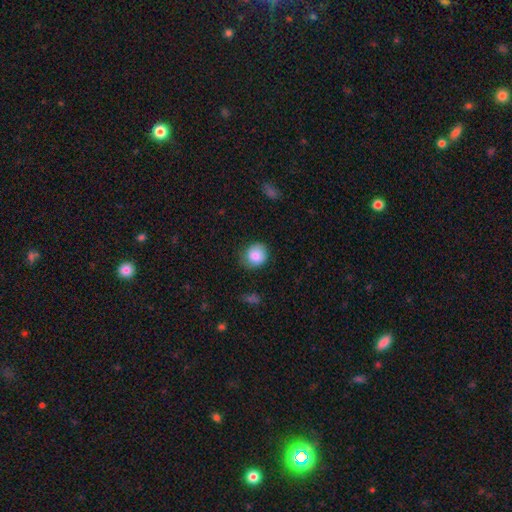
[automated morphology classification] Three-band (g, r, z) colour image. It shows a smooth galaxy with no disk features (85%) that is round (78%). Merging: none (69%).